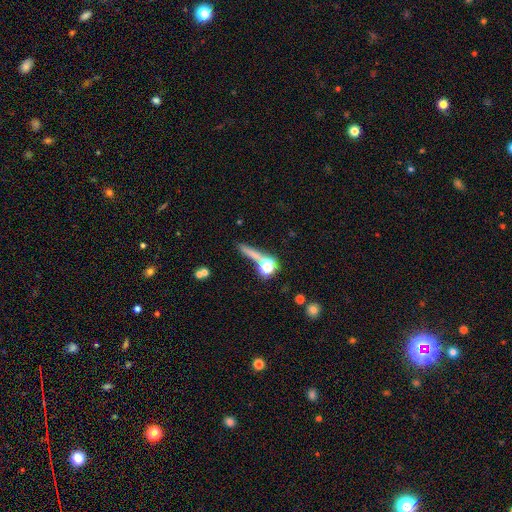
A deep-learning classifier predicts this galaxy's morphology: smooth-or-featured: smooth: 55% | featured or disk: 25% | star or artifact: 19%
  how-rounded: cigar-shaped: 67% | round: 20% | in between: 13%
  merging: none: 60% | merger: 17% | minor disturbance: 13% | major disturbance: 10%